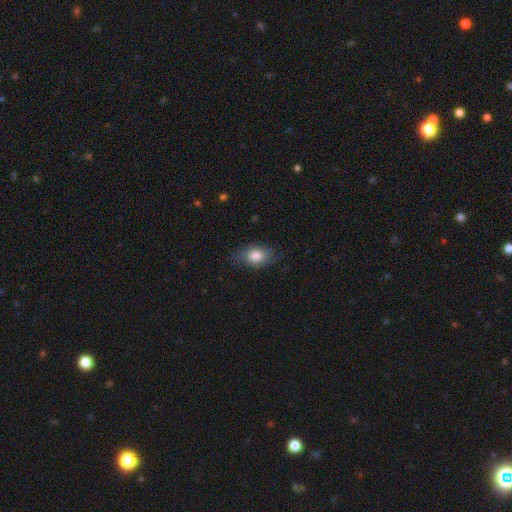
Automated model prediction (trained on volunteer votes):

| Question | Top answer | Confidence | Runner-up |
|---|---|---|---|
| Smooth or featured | smooth | 80% | featured or disk (13%) |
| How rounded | in between | 81% | round (16%) |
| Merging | none | 69% | minor disturbance (24%) |